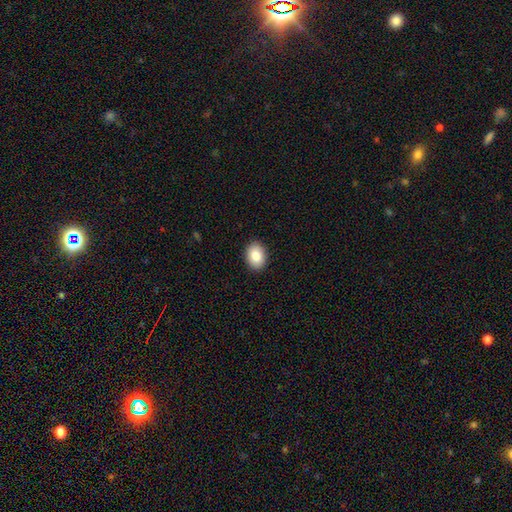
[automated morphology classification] Smooth or featured?
  - smooth: 84% *
  - featured or disk: 8%
  - star or artifact: 8%
How rounded?
  - in between: 70% *
  - round: 30%
  - cigar-shaped: 1%
Merging?
  - none: 91% *
  - minor disturbance: 7%
  - major disturbance: 2%
  - merger: 1%